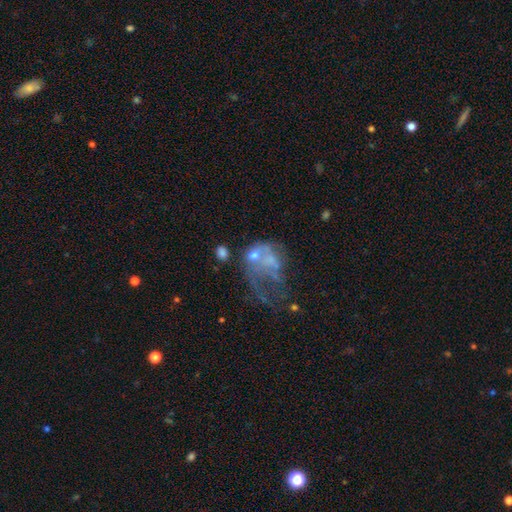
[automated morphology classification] This appears to be a featured or disk galaxy (54%) with no bar (87%), no spiral arms (81%) and no central bulge (48%). Merging: major disturbance (51%).